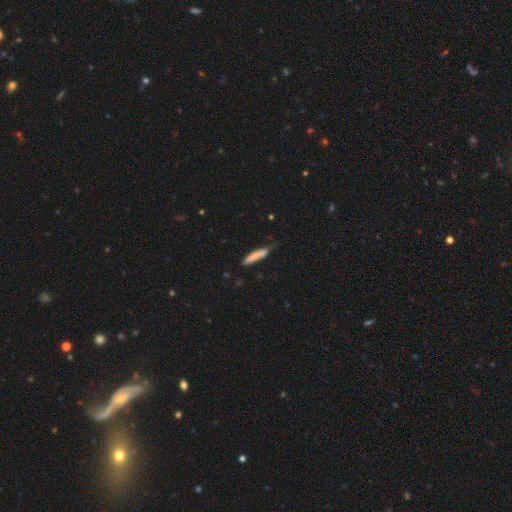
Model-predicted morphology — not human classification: Smooth or featured?
  - smooth: 76% *
  - featured or disk: 18%
  - star or artifact: 6%
How rounded?
  - cigar-shaped: 87% *
  - in between: 11%
  - round: 1%
Merging?
  - none: 64% *
  - minor disturbance: 27%
  - major disturbance: 5%
  - merger: 4%